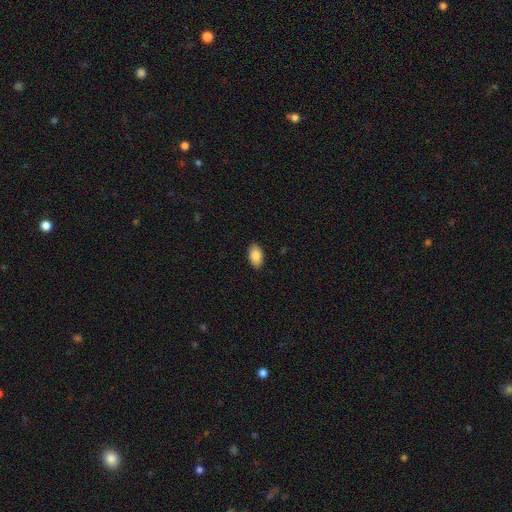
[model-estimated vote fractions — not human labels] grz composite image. It shows a smooth galaxy with no disk features (88%) that is in between round and cigar-shaped (94%). Merging: none (89%).